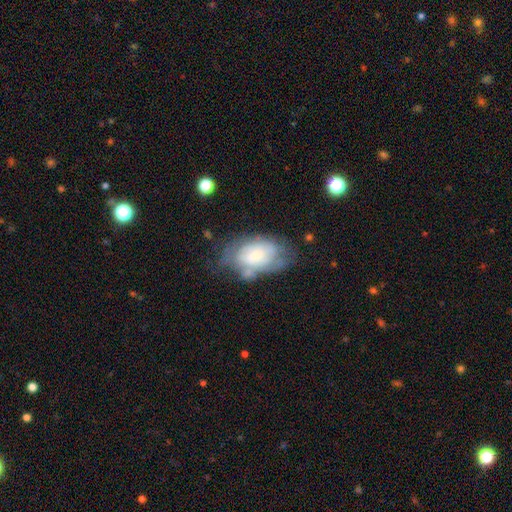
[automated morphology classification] Overall: featured or disk (53%; smooth 38%). Edge-on disk: no (95%). Bar: no (75%). Spiral arms: yes (59%; no 41%). Bulge size: small (62%; moderate 28%). Merging: none (45%; minor disturbance 28%).